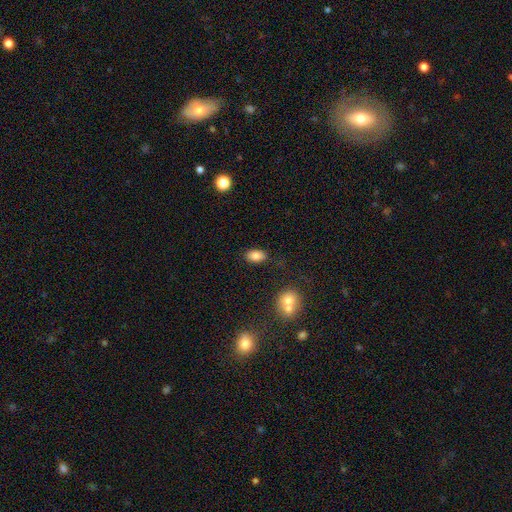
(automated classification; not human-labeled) Smooth or featured? smooth (83%)
How rounded? in between (91%)
Merging? none (82%)